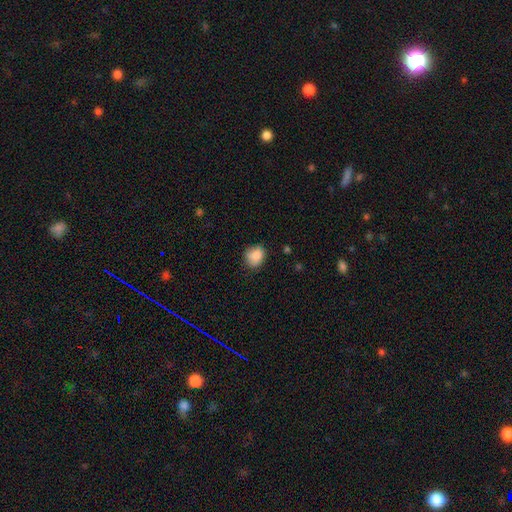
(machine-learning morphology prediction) Smooth or featured: smooth — 85% (star or artifact — 9%)
How rounded: round — 64% (in between — 35%)
Merging: none — 72% (minor disturbance — 22%)